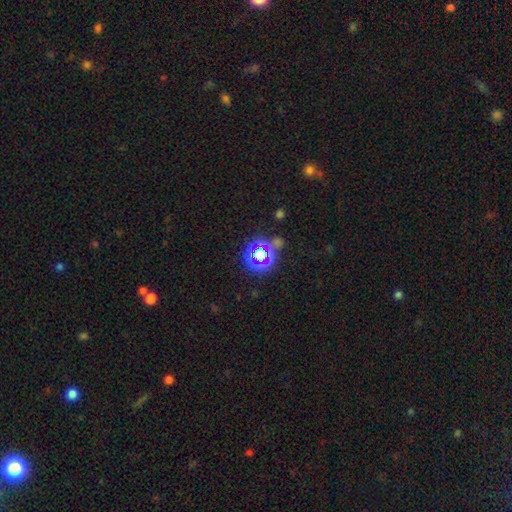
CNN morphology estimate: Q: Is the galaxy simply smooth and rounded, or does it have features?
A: star or artifact — 63%.